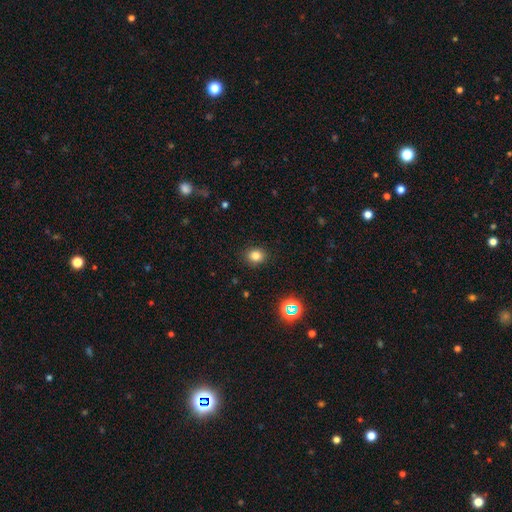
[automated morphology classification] Overall: smooth (80%). How rounded: round (73%). Merging: none (90%).